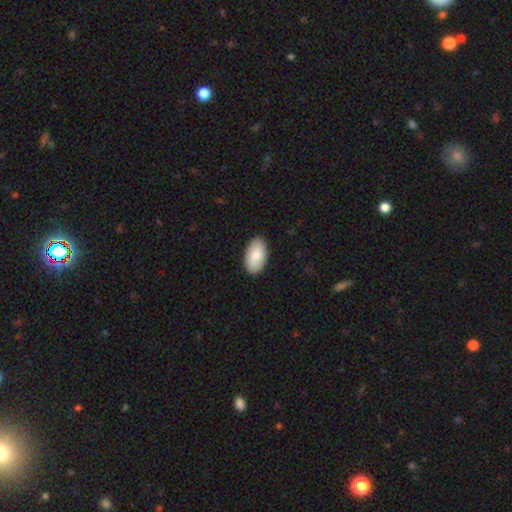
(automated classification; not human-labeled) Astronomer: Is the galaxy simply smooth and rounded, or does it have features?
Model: smooth — 85%.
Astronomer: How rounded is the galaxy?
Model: in between — 95%.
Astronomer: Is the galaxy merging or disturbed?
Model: none — 89%.